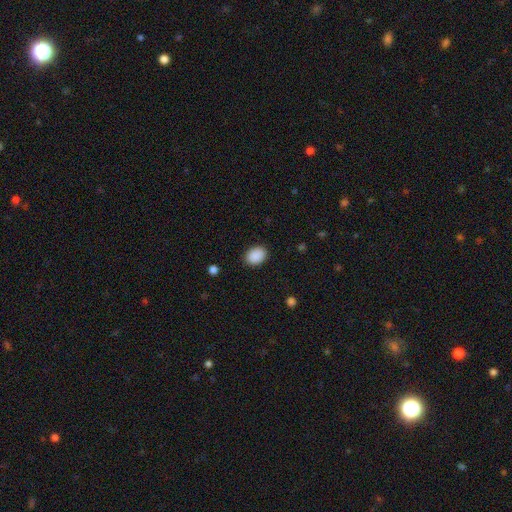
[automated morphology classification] Smooth or featured?
  - smooth: 90% *
  - star or artifact: 8%
  - featured or disk: 3%
How rounded?
  - in between: 70% *
  - round: 29%
  - cigar-shaped: 1%
Merging?
  - none: 88% *
  - minor disturbance: 9%
  - major disturbance: 2%
  - merger: 1%